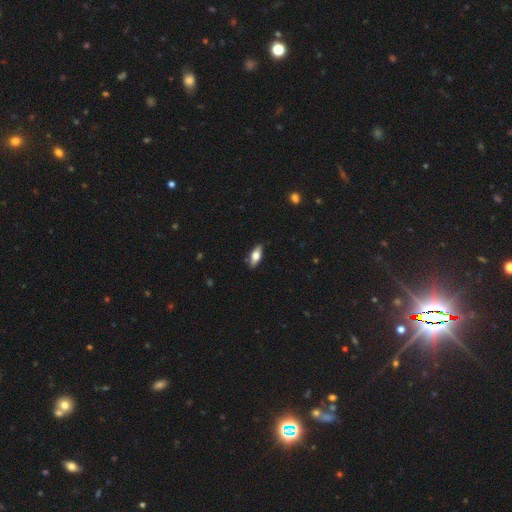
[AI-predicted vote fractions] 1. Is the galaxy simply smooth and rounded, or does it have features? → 64% smooth, 29% featured or disk, 7% star or artifact.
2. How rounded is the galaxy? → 78% in between, 19% cigar-shaped, 3% round.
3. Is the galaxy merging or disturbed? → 83% none, 13% minor disturbance, 2% major disturbance, 1% merger.